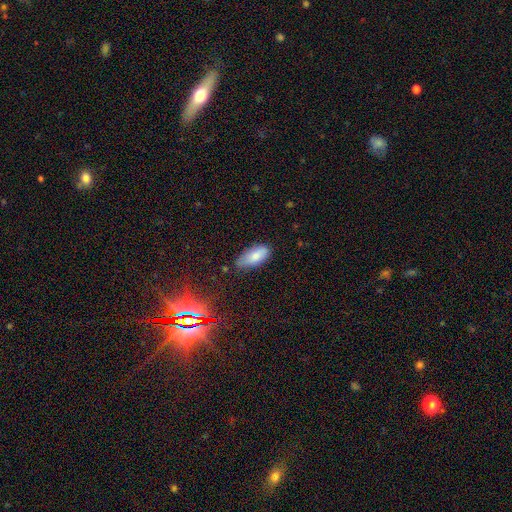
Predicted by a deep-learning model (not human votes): A smooth galaxy with no disk features (80%) that is in between round and cigar-shaped (87%).

Vote fractions:
- Smooth or featured? smooth: 80% / featured or disk: 12% / star or artifact: 8%
- How rounded? in between: 87% / cigar-shaped: 11% / round: 2%
- Merging? none: 67% / minor disturbance: 26% / major disturbance: 4% / merger: 2%